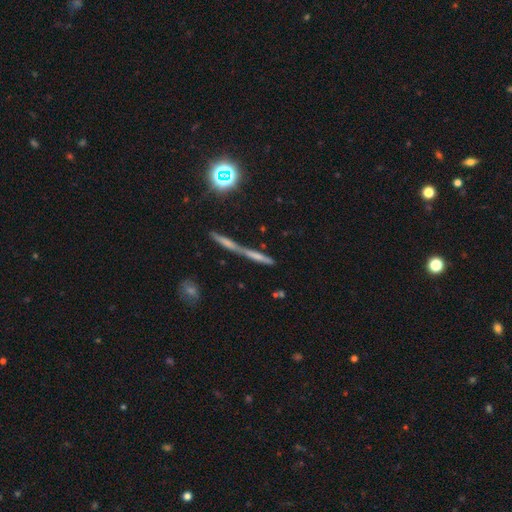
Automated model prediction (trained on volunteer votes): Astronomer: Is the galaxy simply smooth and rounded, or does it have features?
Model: featured or disk — 40% (runner-up: smooth, 35%).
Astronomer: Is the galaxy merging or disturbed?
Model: none — 59%.